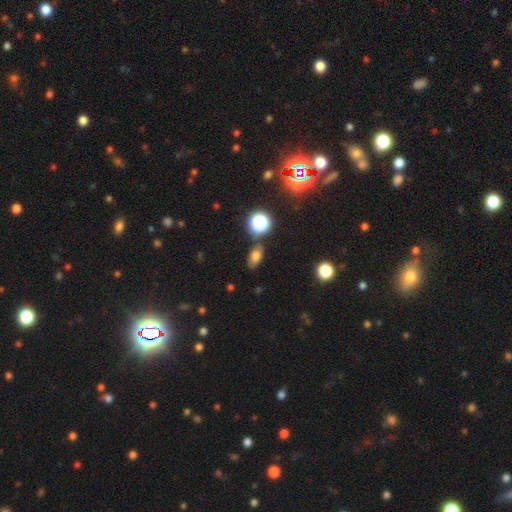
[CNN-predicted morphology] This appears to be a smooth galaxy with no disk features (68%) that is in between round and cigar-shaped (82%). Merging: none (79%).